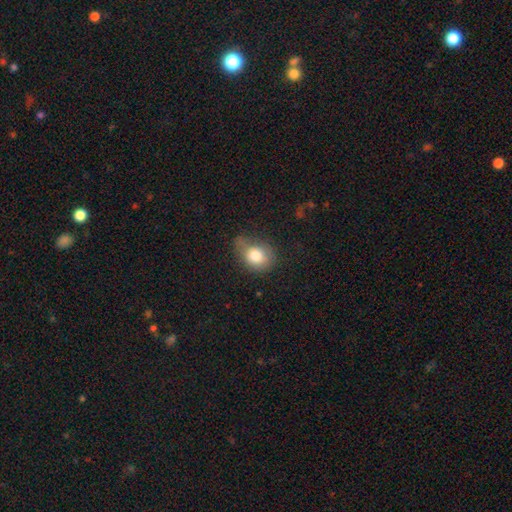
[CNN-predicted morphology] Overall: smooth (80%). How rounded: round (54%; in between 45%). Merging: none (44%; minor disturbance 36%).